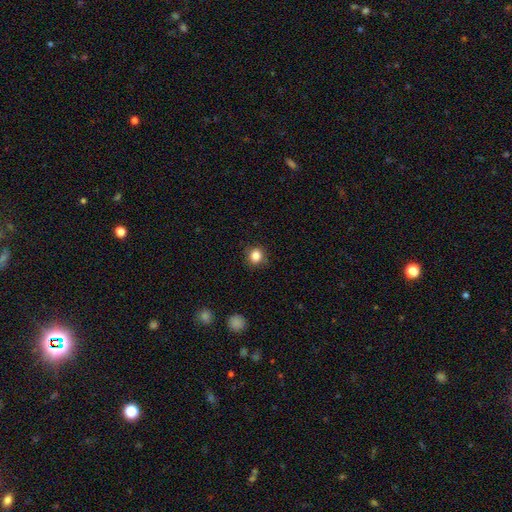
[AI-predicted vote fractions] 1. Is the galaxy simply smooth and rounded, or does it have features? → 85% smooth, 11% star or artifact, 5% featured or disk.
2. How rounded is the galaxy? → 85% round, 14% in between, 1% cigar-shaped.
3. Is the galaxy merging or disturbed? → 87% none, 10% minor disturbance, 3% major disturbance, 1% merger.